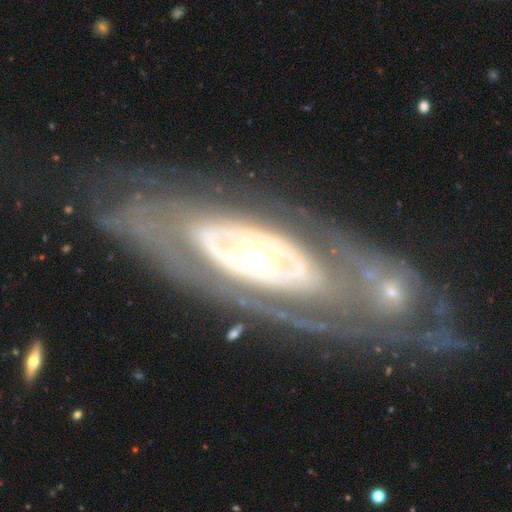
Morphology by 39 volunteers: Smooth or featured: featured or disk — 85% (smooth — 10%)
Edge-on disk: no — 70% (yes — 30%)
Bar: no — 83% (weak — 13%)
Spiral arms: yes — 74% (no — 26%)
Spiral winding: tight — 47% (medium — 35%)
Spiral arm count: 2 — 41% (can't tell — 29%)
Bulge size: moderate — 52% (small — 35%)
Merging: none — 68% (minor disturbance — 27%)